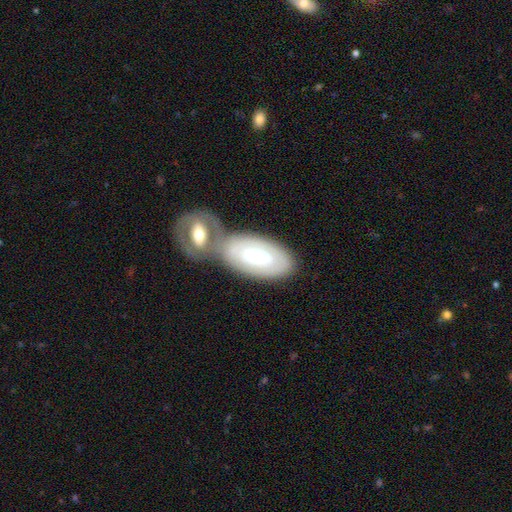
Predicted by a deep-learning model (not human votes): smooth-or-featured: featured or disk: 54% | smooth: 40% | star or artifact: 6%
  disk-edge-on: no: 89% | yes: 11%
  merging: merger: 48% | none: 35% | minor disturbance: 12% | major disturbance: 5%